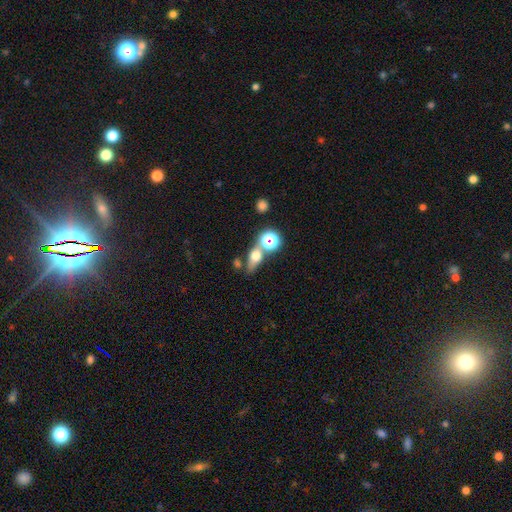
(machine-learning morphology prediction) smooth_or_featured: smooth (p=0.53) [alt: featured or disk p=0.27]
how_rounded: in between (p=0.45) [alt: round p=0.38]
merging: none (p=0.54) [alt: merger p=0.26]